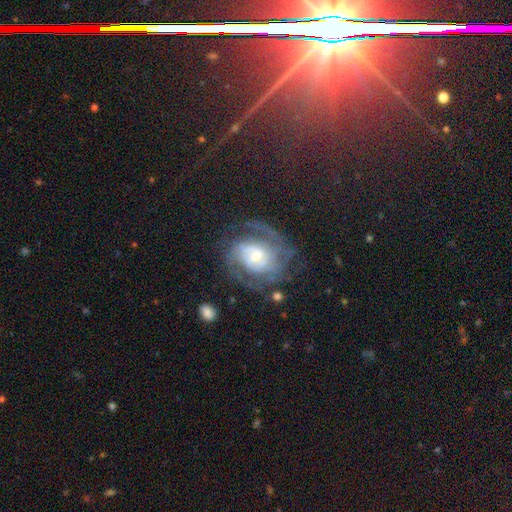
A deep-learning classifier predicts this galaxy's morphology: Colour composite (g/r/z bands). It shows a featured or disk galaxy (81%) with no bar (47%), 2 (30%) tight (51%) spiral arms (94%) and a moderate central bulge (44%). Merging: none (64%).